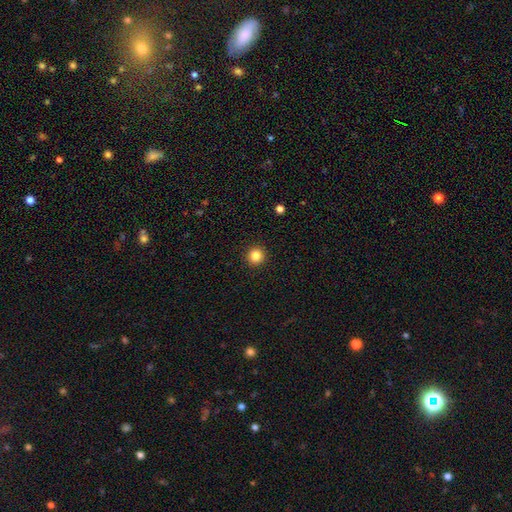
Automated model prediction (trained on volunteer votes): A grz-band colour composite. It shows a smooth galaxy with no disk features (84%) that is round (95%). Merging: none (94%).